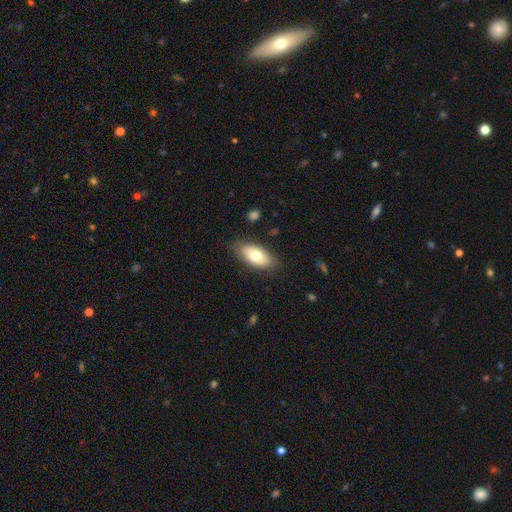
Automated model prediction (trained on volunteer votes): Smooth or featured? smooth (71%)
How rounded? in between (92%)
Merging? none (82%)